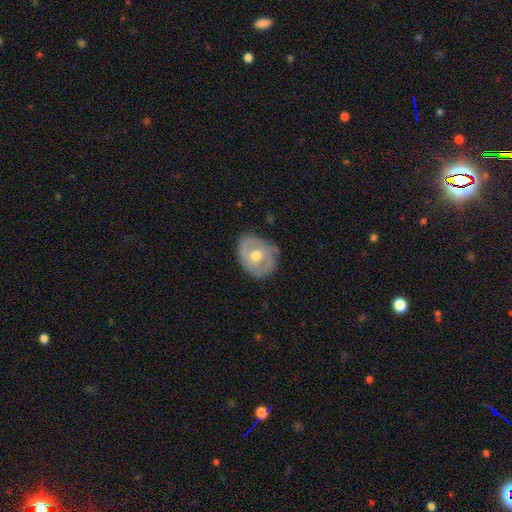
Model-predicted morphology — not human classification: Smooth or featured? Predicted: featured or disk (p=0.62). Edge-on disk? Predicted: no (p=0.96). Bar? Predicted: no (p=0.67). Spiral arms? Predicted: yes (p=0.68). Bulge size? Predicted: moderate (p=0.78). Merging? Predicted: none (p=0.68).